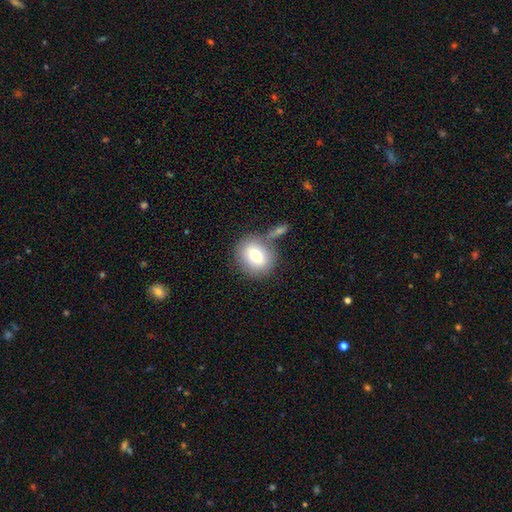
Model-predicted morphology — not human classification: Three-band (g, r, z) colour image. It shows a smooth galaxy with no disk features (74%) that is round (76%). Merging: none (68%).